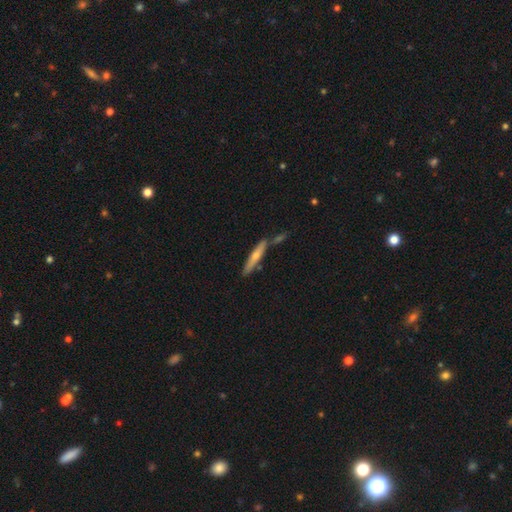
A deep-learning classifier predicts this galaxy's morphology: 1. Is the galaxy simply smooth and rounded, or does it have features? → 55% smooth, 39% featured or disk, 6% star or artifact.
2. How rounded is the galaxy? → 91% cigar-shaped, 8% in between, 1% round.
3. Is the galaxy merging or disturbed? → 67% none, 16% merger, 13% minor disturbance, 3% major disturbance.